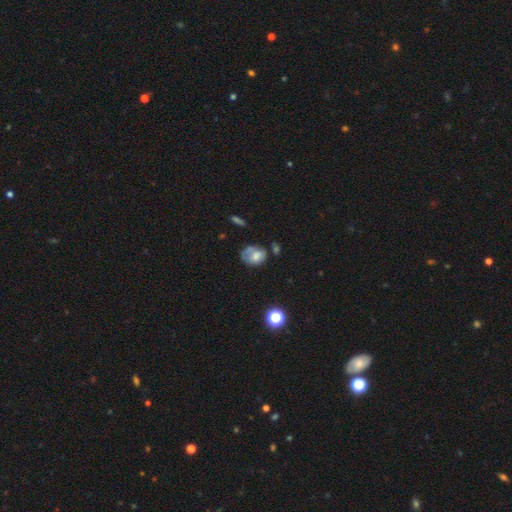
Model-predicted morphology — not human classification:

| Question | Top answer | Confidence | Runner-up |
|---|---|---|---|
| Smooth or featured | smooth | 58% | featured or disk (31%) |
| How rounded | in between | 62% | round (37%) |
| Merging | none | 34% | minor disturbance (28%) |